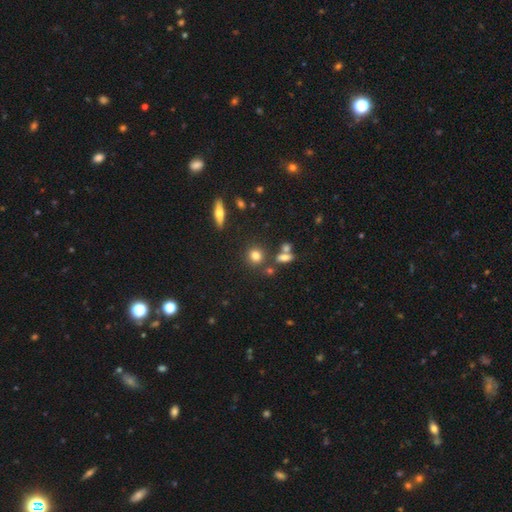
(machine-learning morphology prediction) Q: Smooth or featured?
A: smooth (77%); runner-up: star or artifact (13%)
Q: How rounded?
A: round (83%); runner-up: in between (14%)
Q: Merging?
A: none (78%); runner-up: merger (10%)